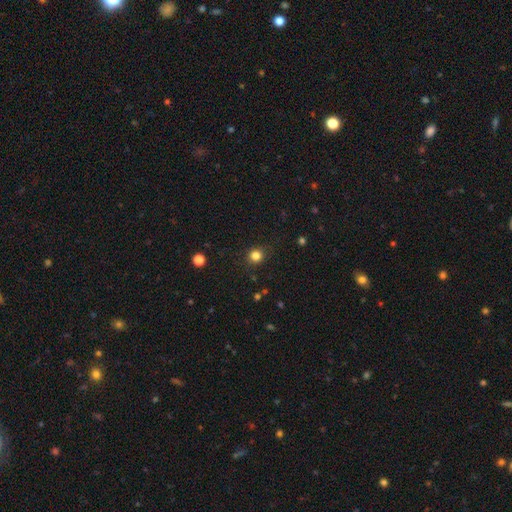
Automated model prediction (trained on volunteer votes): Smooth or featured: smooth — 82% (star or artifact — 13%)
How rounded: round — 89% (in between — 10%)
Merging: none — 88% (minor disturbance — 8%)